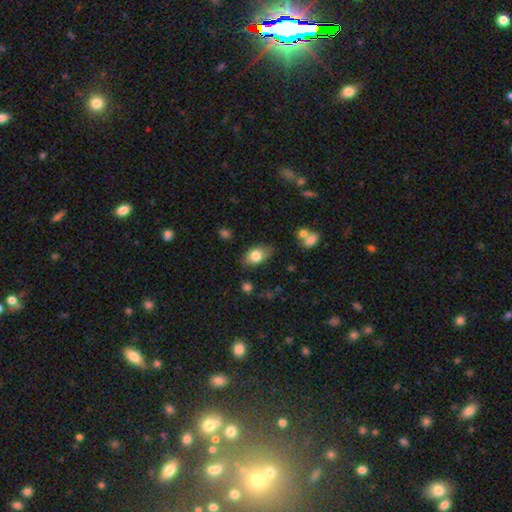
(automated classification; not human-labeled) The model was most divided on "merging": none: 78%, minor disturbance: 16%, major disturbance: 3%, merger: 3%. More confident: how rounded — in between (86%); smooth or featured — smooth (80%).